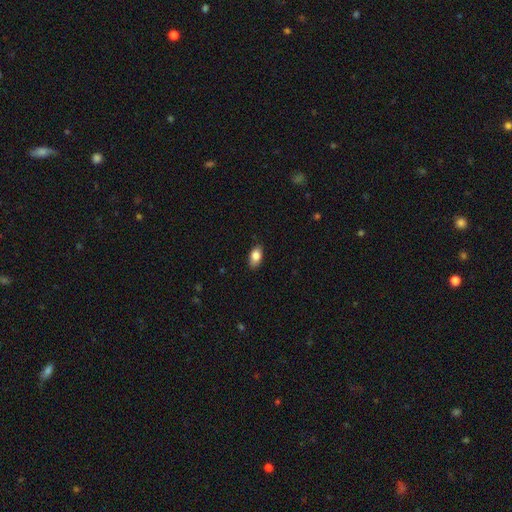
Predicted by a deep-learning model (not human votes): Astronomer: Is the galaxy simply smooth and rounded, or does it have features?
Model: smooth — 83%.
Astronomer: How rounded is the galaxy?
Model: in between — 90%.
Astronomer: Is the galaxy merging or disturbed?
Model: none — 86%.